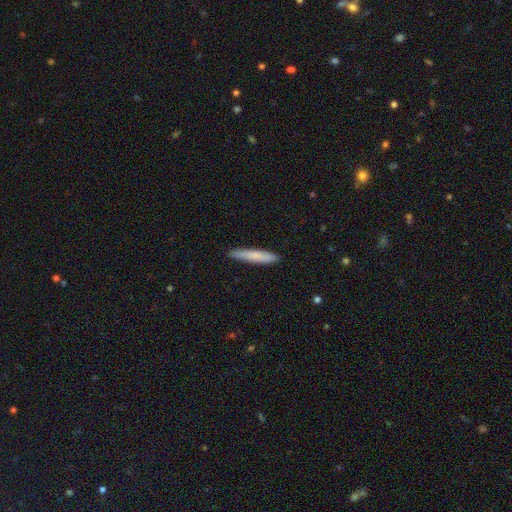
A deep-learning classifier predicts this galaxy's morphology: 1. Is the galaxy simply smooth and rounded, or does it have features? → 78% smooth, 17% featured or disk, 6% star or artifact.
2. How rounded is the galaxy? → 93% cigar-shaped, 6% in between, 1% round.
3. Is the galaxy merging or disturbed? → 90% none, 8% minor disturbance, 1% major disturbance, 1% merger.